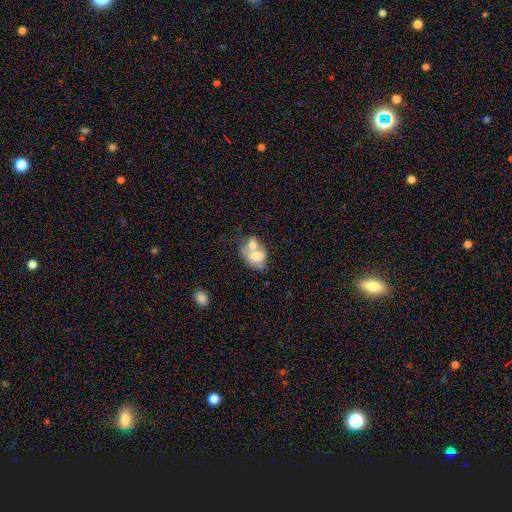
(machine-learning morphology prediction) A smooth galaxy with no disk features (61%) that is in between round and cigar-shaped (68%). Merging: merger (66%).